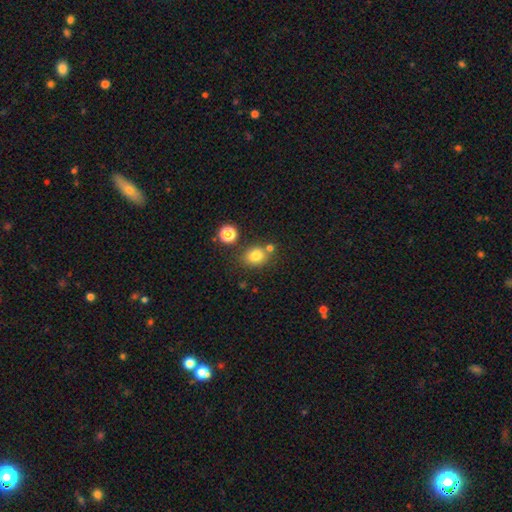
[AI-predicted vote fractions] Smooth or featured? Predicted: smooth (p=0.80). How rounded? Predicted: round (p=0.66). Merging? Predicted: none (p=0.71).